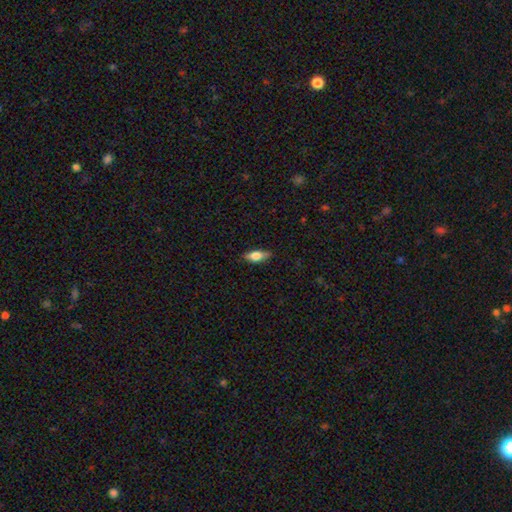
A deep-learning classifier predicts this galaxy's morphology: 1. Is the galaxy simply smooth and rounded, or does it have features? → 70% smooth, 23% featured or disk, 7% star or artifact.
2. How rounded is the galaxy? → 73% in between, 24% cigar-shaped, 3% round.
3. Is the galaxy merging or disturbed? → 81% none, 15% minor disturbance, 3% major disturbance, 1% merger.